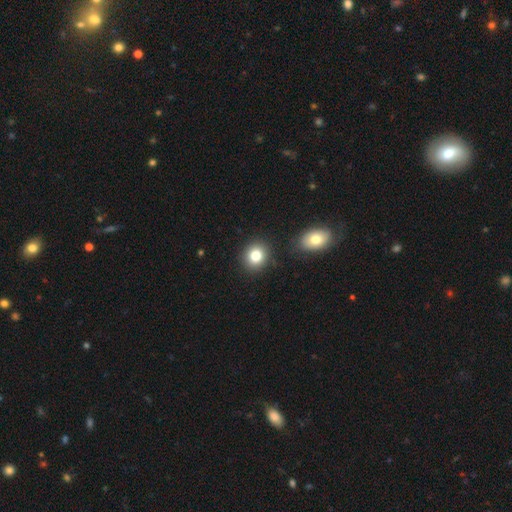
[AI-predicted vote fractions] A smooth galaxy with no disk features (80%) that is round (73%). Merging: none (85%).